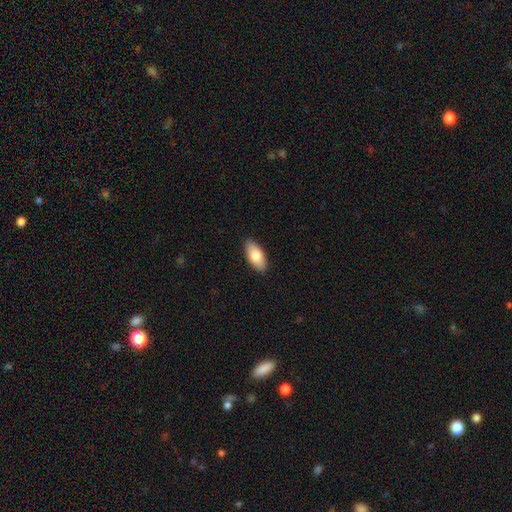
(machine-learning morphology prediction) Q: Smooth or featured?
A: smooth (80%); runner-up: featured or disk (14%)
Q: How rounded?
A: in between (90%); runner-up: cigar-shaped (8%)
Q: Merging?
A: none (90%); runner-up: minor disturbance (8%)